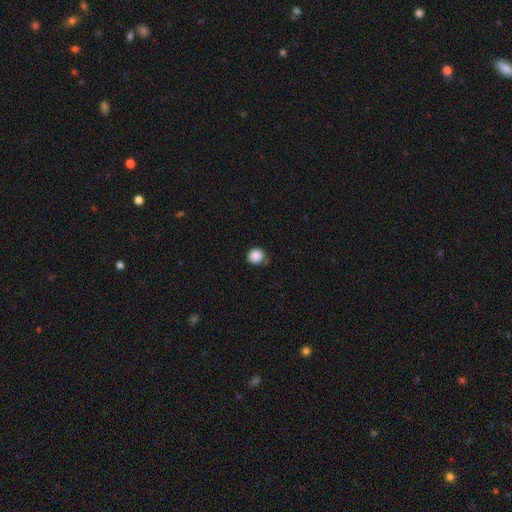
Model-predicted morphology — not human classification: Q: Smooth or featured?
A: smooth (87%); runner-up: star or artifact (9%)
Q: How rounded?
A: round (88%); runner-up: in between (12%)
Q: Merging?
A: none (77%); runner-up: minor disturbance (17%)